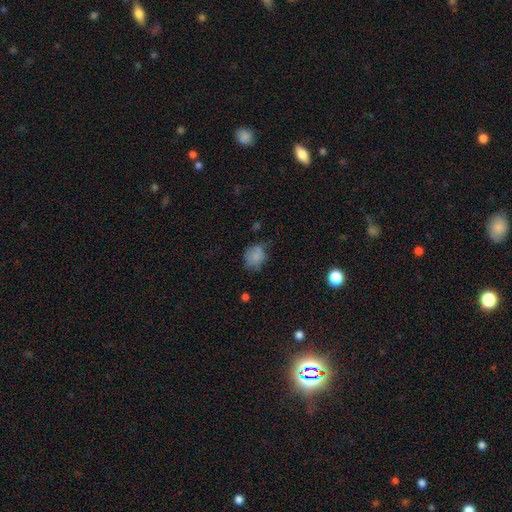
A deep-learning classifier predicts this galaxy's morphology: Smooth or featured: smooth — 74% (featured or disk — 15%)
How rounded: round — 52% (in between — 47%)
Merging: none — 51% (minor disturbance — 32%)